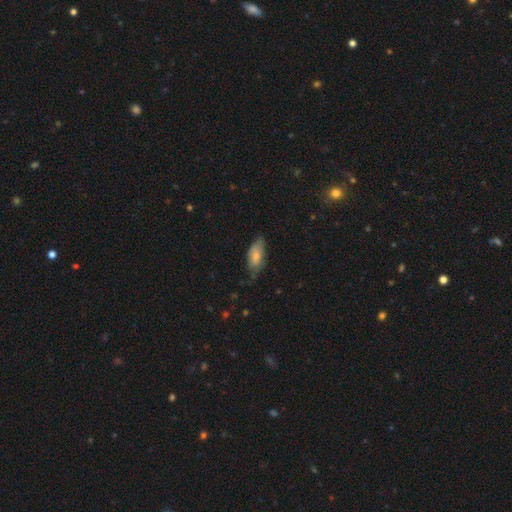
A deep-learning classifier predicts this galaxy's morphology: smooth 75%, featured or disk 19%, star or artifact 6%. Down the decision tree: how rounded — in between (86%); merging — none (57%).